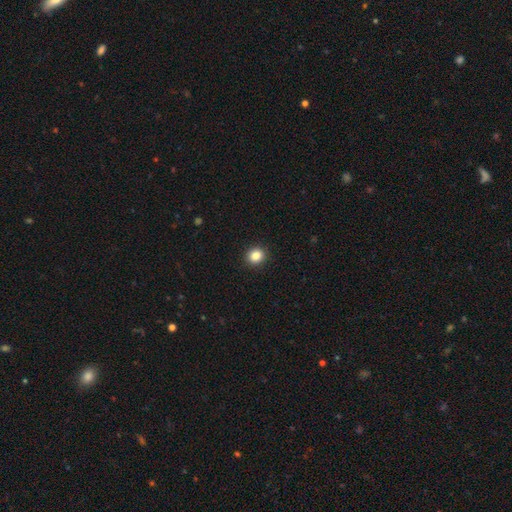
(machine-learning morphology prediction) This appears to be a smooth galaxy with no disk features (85%) that is round (83%). Merging: none (93%).